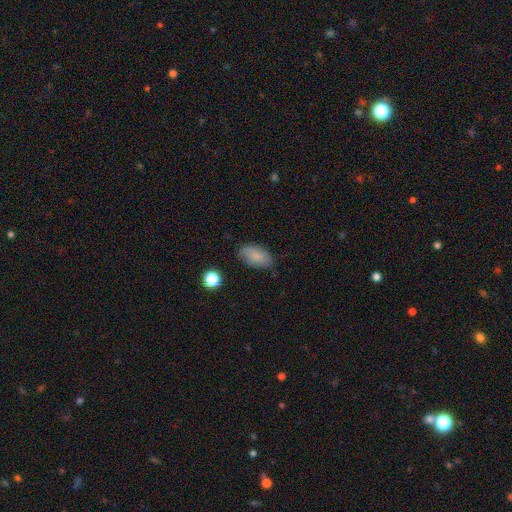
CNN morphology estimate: Q: Smooth or featured?
A: smooth (82%); runner-up: featured or disk (10%)
Q: How rounded?
A: in between (92%); runner-up: round (4%)
Q: Merging?
A: none (79%); runner-up: minor disturbance (16%)